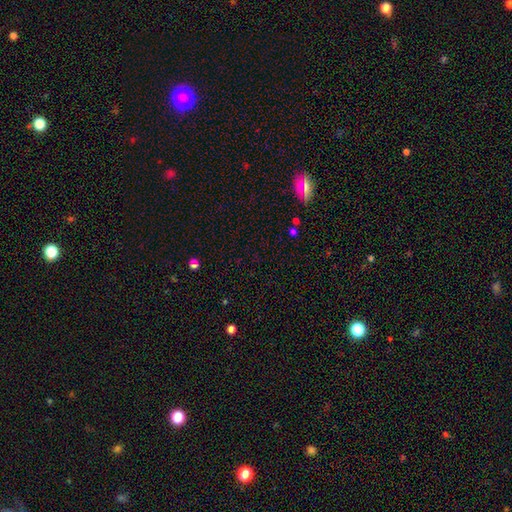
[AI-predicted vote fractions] smooth-or-featured: star or artifact: 61% | smooth: 30% | featured or disk: 8%